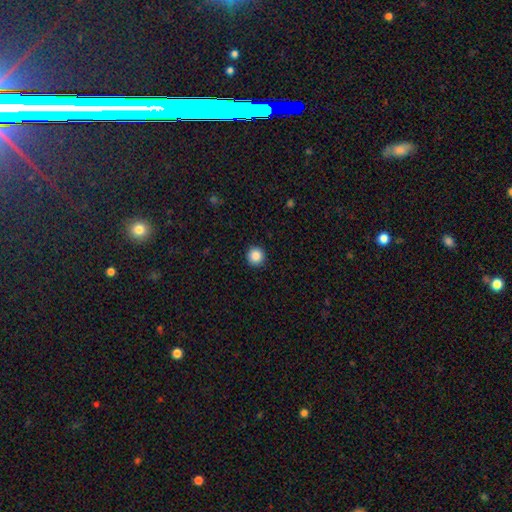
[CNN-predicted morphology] This appears to be a smooth galaxy with no disk features (87%) that is round (95%). Merging: none (92%).